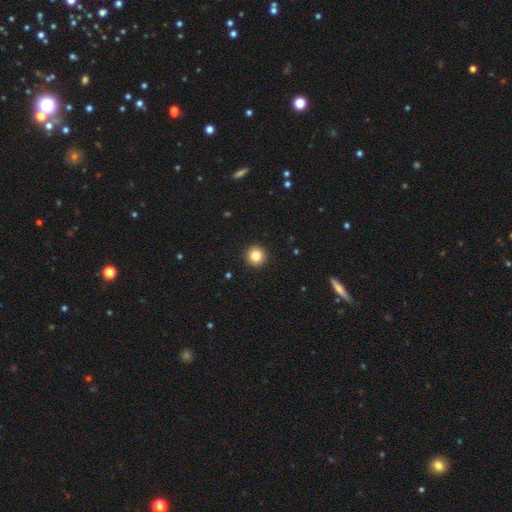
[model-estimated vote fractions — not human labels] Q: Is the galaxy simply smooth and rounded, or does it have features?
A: smooth — 84%.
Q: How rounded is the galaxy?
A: round — 96%.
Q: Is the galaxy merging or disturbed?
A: none — 93%.